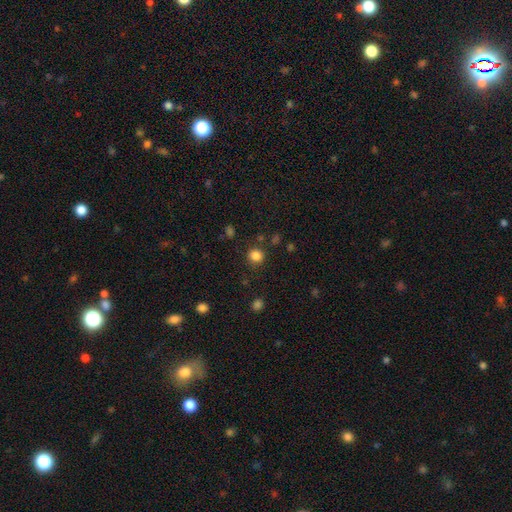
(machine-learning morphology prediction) Q: Smooth or featured?
A: smooth (84%); runner-up: star or artifact (13%)
Q: How rounded?
A: round (85%); runner-up: in between (14%)
Q: Merging?
A: none (85%); runner-up: minor disturbance (9%)